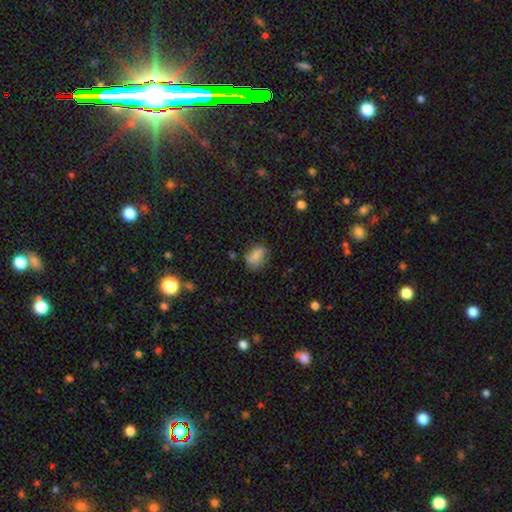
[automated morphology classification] The model was most divided on "merging": none: 68%, minor disturbance: 23%, major disturbance: 6%, merger: 3%. More confident: how rounded — in between (79%); smooth or featured — smooth (71%).